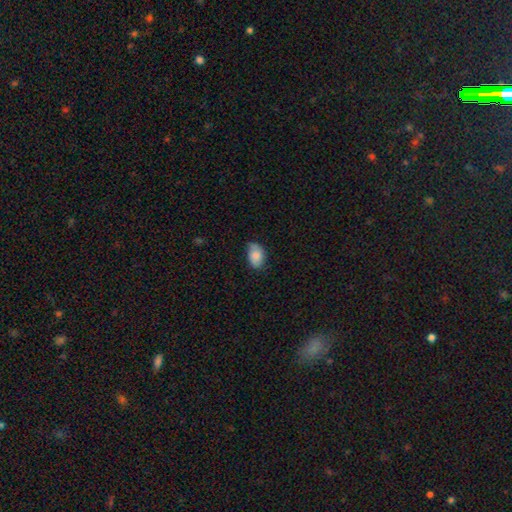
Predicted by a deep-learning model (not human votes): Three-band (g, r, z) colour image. It shows a smooth galaxy with no disk features (83%) that is in between round and cigar-shaped (87%). Merging: none (58%).